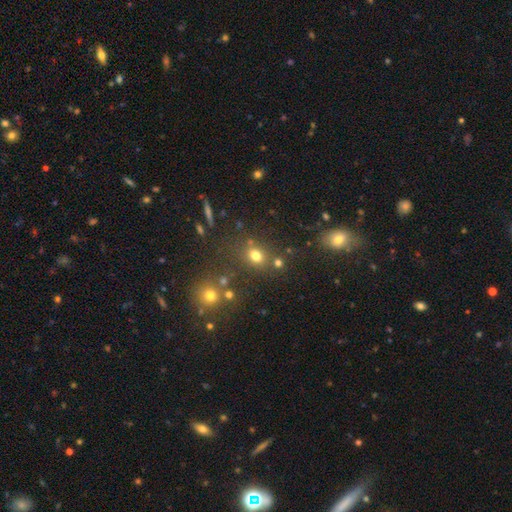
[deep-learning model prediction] Q: Smooth or featured?
A: smooth (71%); runner-up: star or artifact (20%)
Q: How rounded?
A: round (60%); runner-up: in between (39%)
Q: Merging?
A: none (71%); runner-up: minor disturbance (12%)